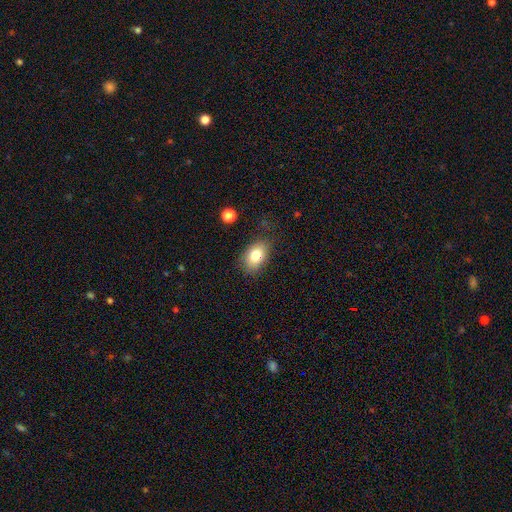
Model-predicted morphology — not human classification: The model was most divided on "merging": none: 78%, minor disturbance: 16%, major disturbance: 4%, merger: 2%. More confident: how rounded — in between (85%); smooth or featured — smooth (81%).